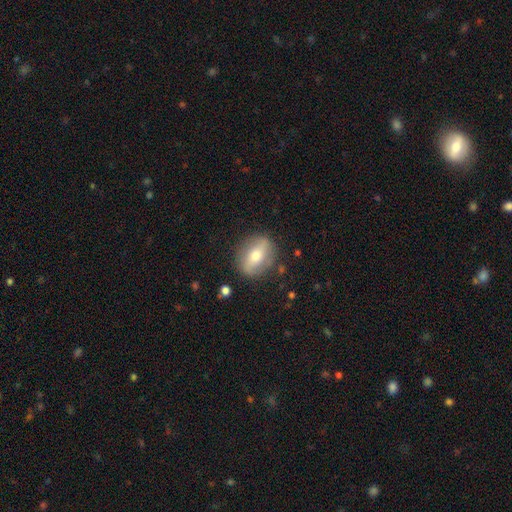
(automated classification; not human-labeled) smooth 49%, featured or disk 44%, star or artifact 7%. Down the decision tree: merging — none (83%).